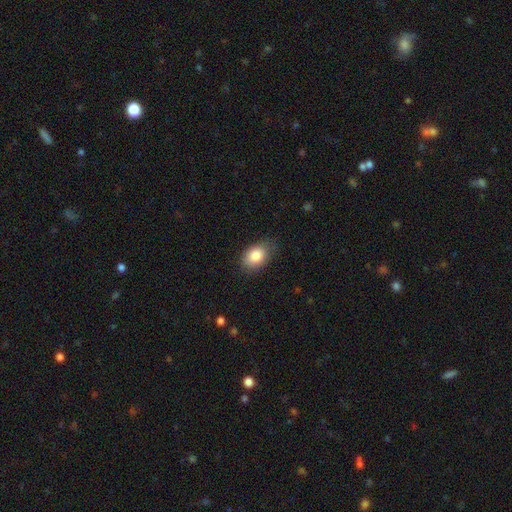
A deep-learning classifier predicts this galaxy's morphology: This is clearly a smooth galaxy (84%). How rounded: clearly in between (84%). Merging: likely none (74%).